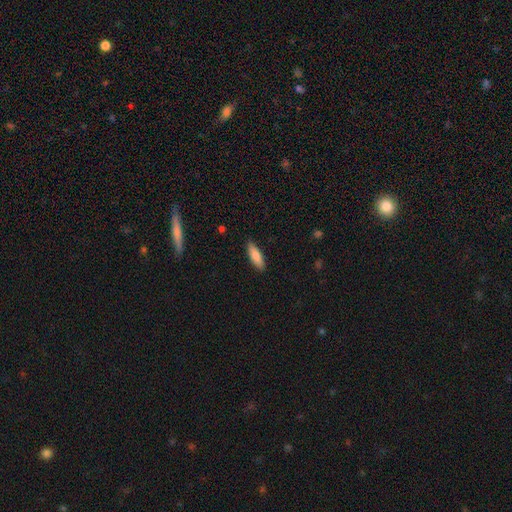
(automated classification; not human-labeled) The model was most divided on "how rounded": cigar-shaped: 52%, in between: 47%, round: 2%. More confident: merging — none (87%); smooth or featured — smooth (84%).